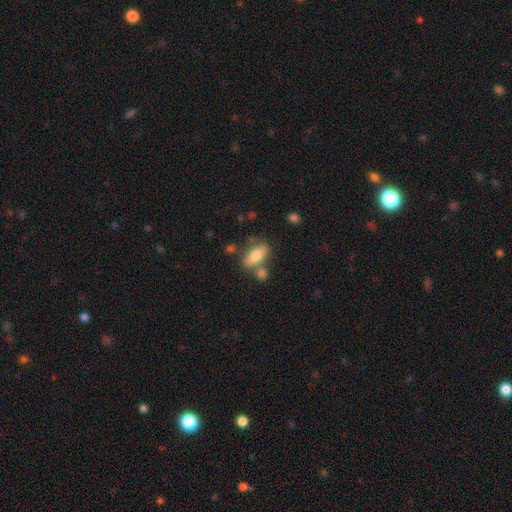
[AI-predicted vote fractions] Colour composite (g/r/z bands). It shows a smooth galaxy with no disk features (76%) that is in between round and cigar-shaped (83%). Merging: none (63%).